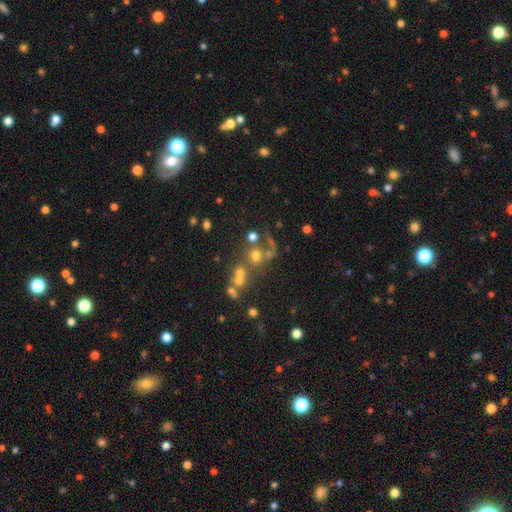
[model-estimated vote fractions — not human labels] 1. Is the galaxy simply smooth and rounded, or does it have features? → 52% smooth, 25% star or artifact, 23% featured or disk.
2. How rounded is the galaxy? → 87% round, 12% in between, 1% cigar-shaped.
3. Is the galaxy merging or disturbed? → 49% none, 32% merger, 9% major disturbance, 9% minor disturbance.